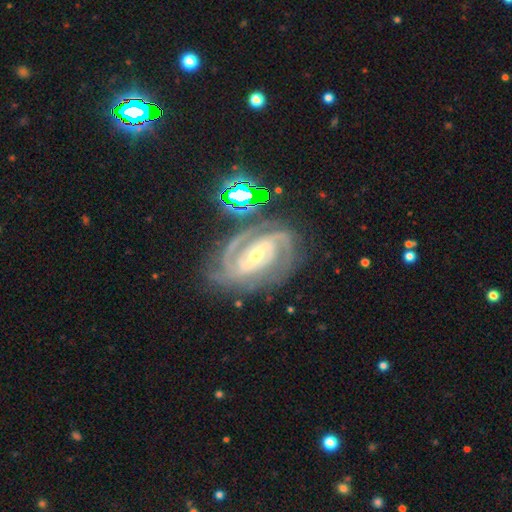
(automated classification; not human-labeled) A featured or disk galaxy (91%) with a strong bar (51%), 2 (51%) tight (58%) spiral arms (98%) and a small central bulge (55%).

Vote fractions:
- Smooth or featured? featured or disk: 91% / star or artifact: 5% / smooth: 3%
- Edge-on disk? no: 97% / yes: 3%
- Bar? strong: 51% / weak: 35% / no: 15%
- Spiral arms? yes: 98% / no: 2%
- Spiral winding? tight: 58% / medium: 37% / loose: 5%
- Spiral arm count? 2: 51% / 3: 29% / can't tell: 7% / 4: 5% / 1: 3% / more than 4: 3%
- Bulge size? small: 55% / moderate: 41% / large: 2% / none: 1% / dominant: 1%
- Merging? none: 72% / minor disturbance: 17% / major disturbance: 7% / merger: 4%